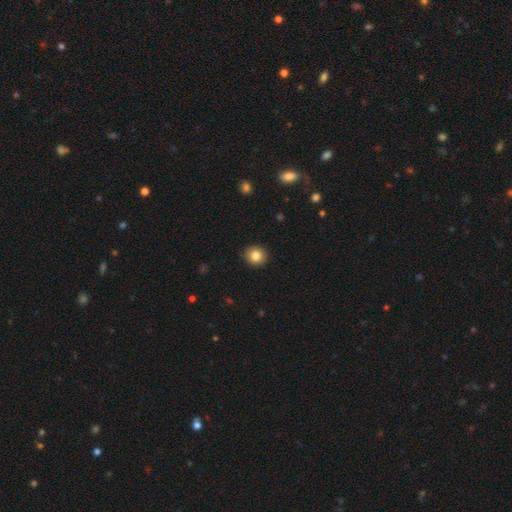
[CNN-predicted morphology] A smooth galaxy with no disk features (82%) that is round (84%).

Vote fractions:
- Smooth or featured? smooth: 82% / star or artifact: 10% / featured or disk: 8%
- How rounded? round: 84% / in between: 15% / cigar-shaped: 1%
- Merging? none: 92% / minor disturbance: 6% / major disturbance: 2% / merger: 1%